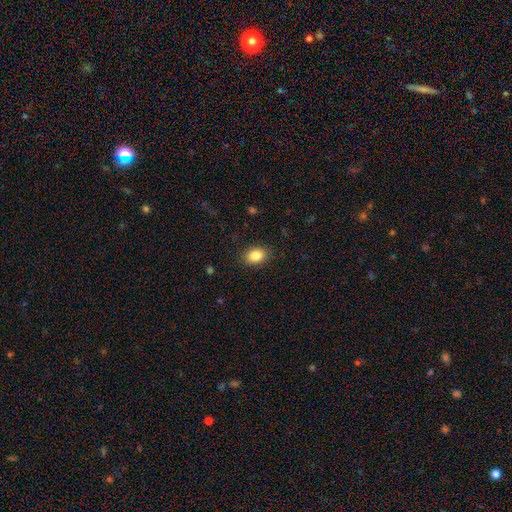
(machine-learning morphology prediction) smooth_or_featured: smooth (p=0.85) [alt: star or artifact p=0.09]
how_rounded: in between (p=0.74) [alt: round p=0.25]
merging: none (p=0.88) [alt: minor disturbance p=0.08]